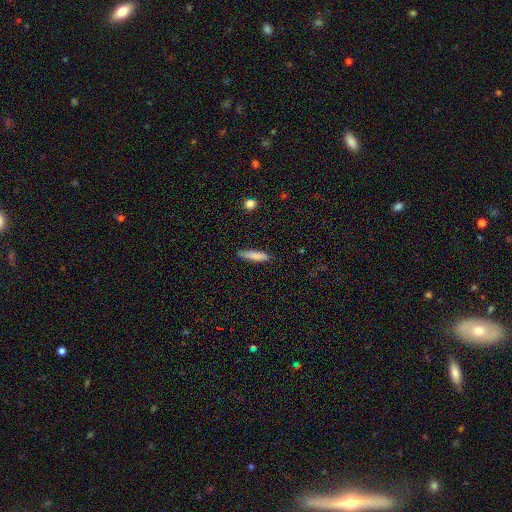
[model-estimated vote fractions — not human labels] smooth-or-featured: smooth: 81% | featured or disk: 13% | star or artifact: 6%
  how-rounded: cigar-shaped: 80% | in between: 18% | round: 2%
  merging: none: 83% | minor disturbance: 14% | major disturbance: 2% | merger: 1%